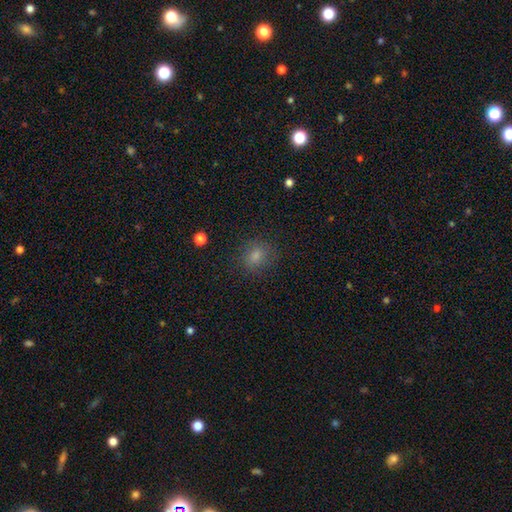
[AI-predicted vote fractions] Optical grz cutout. It shows a smooth galaxy with no disk features (72%) that is round (65%). Merging: none (84%).